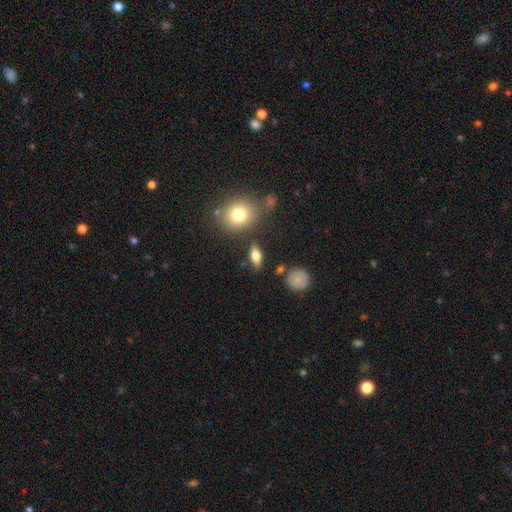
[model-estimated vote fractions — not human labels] smooth-or-featured: smooth: 66% | featured or disk: 25% | star or artifact: 9%
  how-rounded: in between: 75% | cigar-shaped: 15% | round: 10%
  merging: none: 81% | minor disturbance: 11% | merger: 4% | major disturbance: 4%